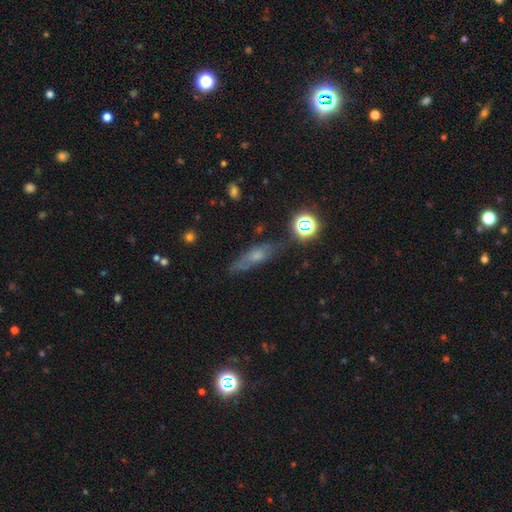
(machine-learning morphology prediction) smooth 51%, featured or disk 31%, star or artifact 18%. Down the decision tree: how rounded — cigar-shaped (50%); merging — none (62%).